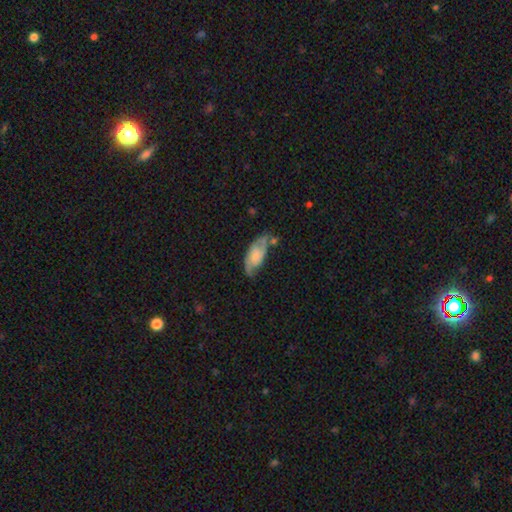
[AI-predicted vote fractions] The model was most divided on "smooth or featured": featured or disk: 50%, smooth: 43%, star or artifact: 7%. More confident: edge-on disk — no (88%); merging — none (53%).